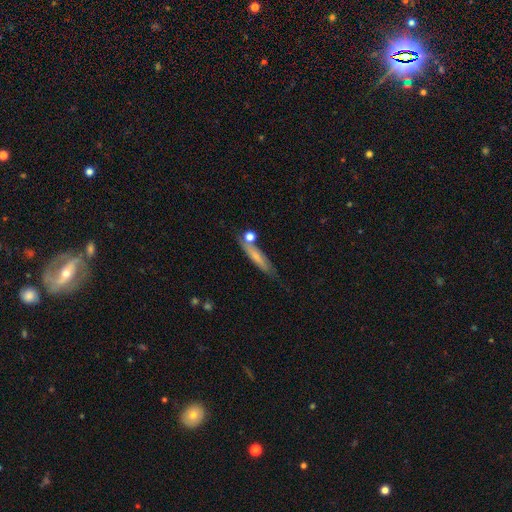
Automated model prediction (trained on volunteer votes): Smooth or featured?
  - smooth: 61% *
  - featured or disk: 31%
  - star or artifact: 7%
How rounded?
  - cigar-shaped: 83% *
  - in between: 14%
  - round: 3%
Merging?
  - none: 66% *
  - minor disturbance: 18%
  - merger: 11%
  - major disturbance: 5%